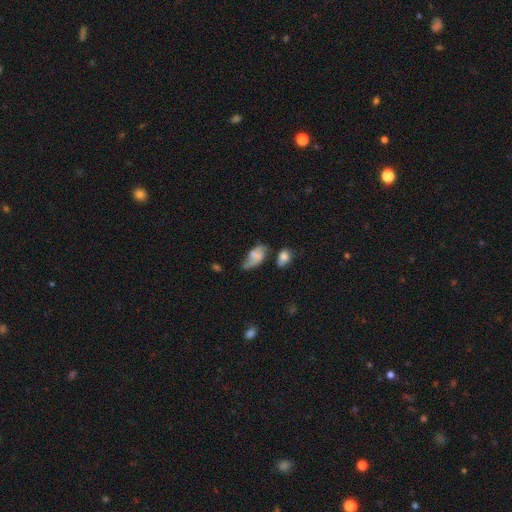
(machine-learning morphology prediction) The model was most divided on "merging": none: 33%, minor disturbance: 31%, major disturbance: 22%, merger: 14%. More confident: how rounded — in between (89%); smooth or featured — smooth (53%).